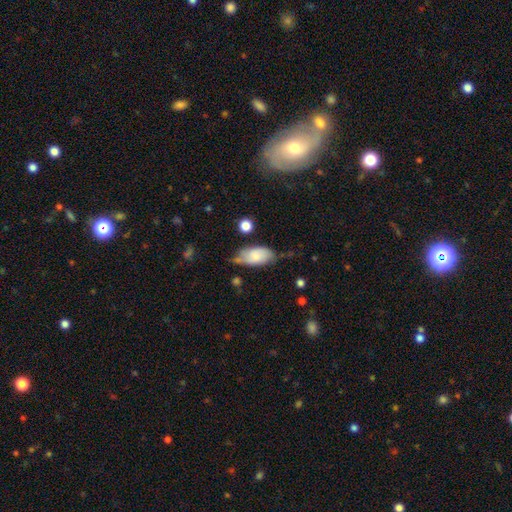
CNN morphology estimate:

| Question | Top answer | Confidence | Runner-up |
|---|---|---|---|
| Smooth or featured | smooth | 75% | featured or disk (19%) |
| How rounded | in between | 92% | cigar-shaped (5%) |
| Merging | none | 50% | minor disturbance (36%) |